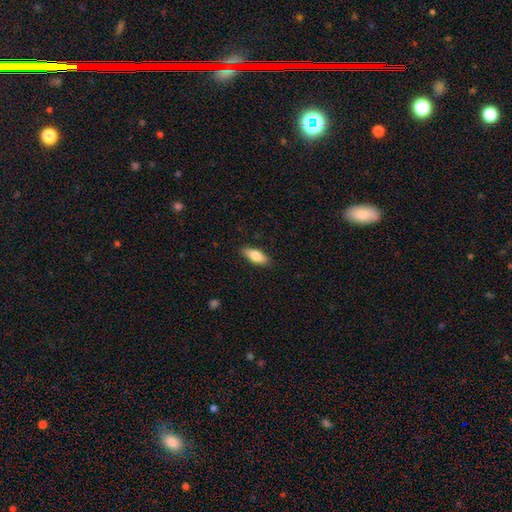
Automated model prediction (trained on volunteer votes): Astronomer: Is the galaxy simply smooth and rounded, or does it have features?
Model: smooth — 79%.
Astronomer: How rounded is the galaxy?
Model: in between — 74%.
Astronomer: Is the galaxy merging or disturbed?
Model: none — 87%.